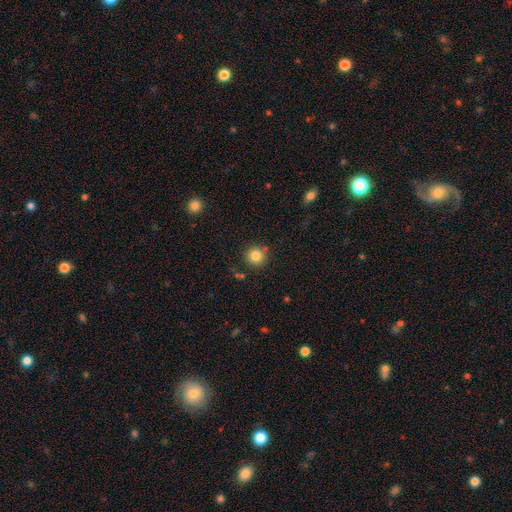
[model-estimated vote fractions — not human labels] smooth-or-featured: smooth: 84% | star or artifact: 11% | featured or disk: 6%
  how-rounded: round: 94% | in between: 5% | cigar-shaped: 1%
  merging: none: 84% | minor disturbance: 9% | merger: 4% | major disturbance: 3%